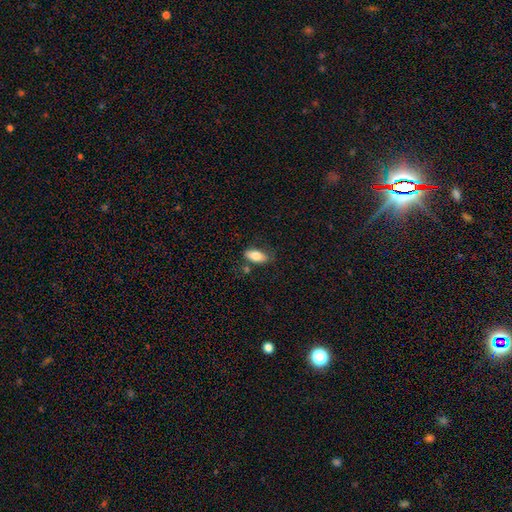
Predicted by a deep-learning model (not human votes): Morphology: type=smooth (79%); roundness=in between (87%); merging=none (70%).